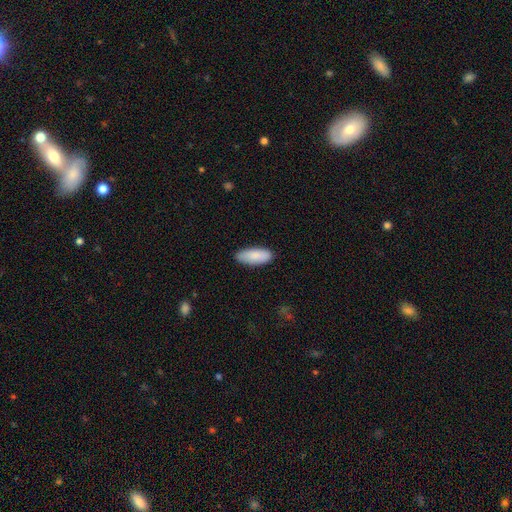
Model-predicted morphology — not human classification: A smooth galaxy with no disk features (87%) that is in between round and cigar-shaped (79%). Merging: none (85%).